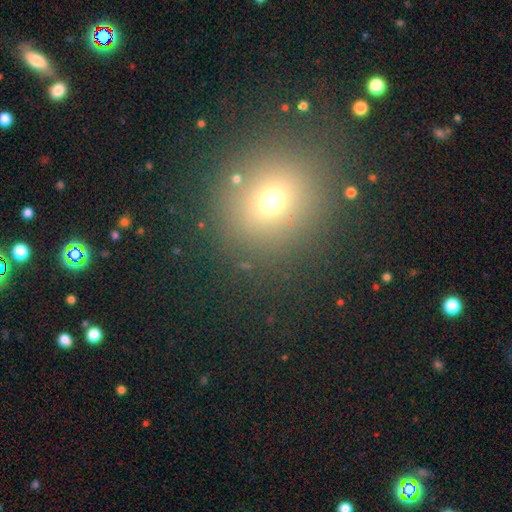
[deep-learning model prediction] Q: Smooth or featured?
A: smooth (60%); runner-up: star or artifact (31%)
Q: How rounded?
A: round (83%); runner-up: in between (16%)
Q: Merging?
A: none (88%); runner-up: minor disturbance (7%)